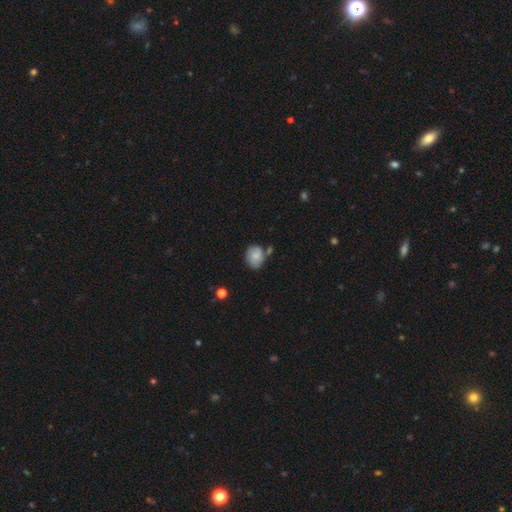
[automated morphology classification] Smooth or featured: smooth — 73% (featured or disk — 18%)
How rounded: round — 54% (in between — 45%)
Merging: none — 55% (minor disturbance — 25%)